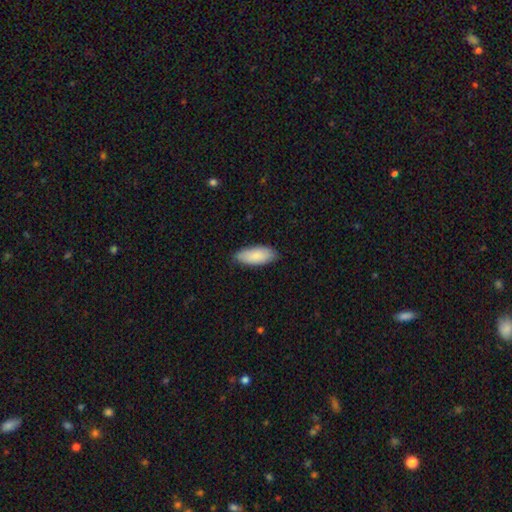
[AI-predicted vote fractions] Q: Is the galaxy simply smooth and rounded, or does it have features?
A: smooth — 87%.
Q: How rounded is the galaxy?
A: in between — 85%.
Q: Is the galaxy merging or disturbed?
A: none — 82%.